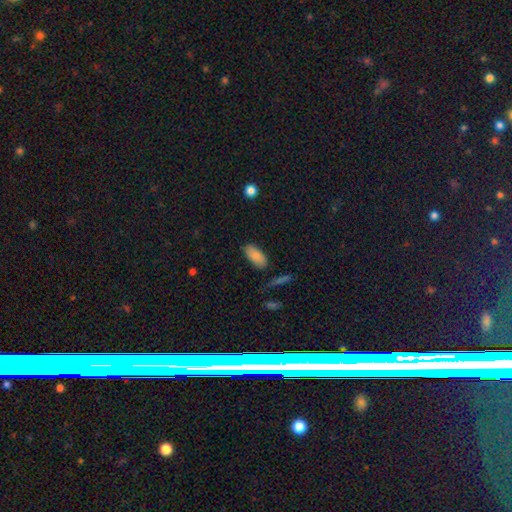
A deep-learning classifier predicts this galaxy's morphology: type=smooth (85%); roundness=in between (91%); merging=none (78%).